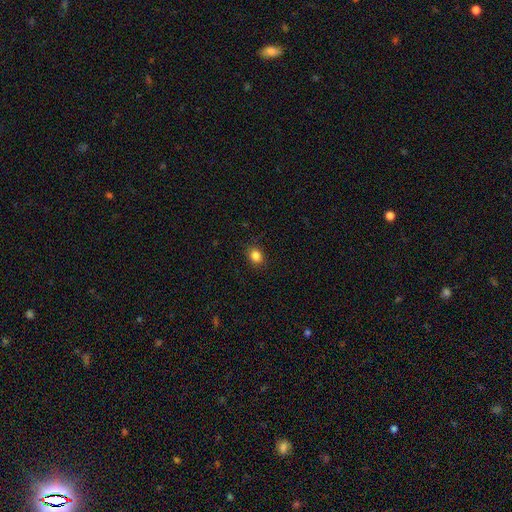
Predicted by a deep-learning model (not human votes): smooth-or-featured: smooth: 85% | star or artifact: 11% | featured or disk: 4%
  how-rounded: round: 64% | in between: 35% | cigar-shaped: 1%
  merging: none: 88% | minor disturbance: 9% | major disturbance: 2% | merger: 1%